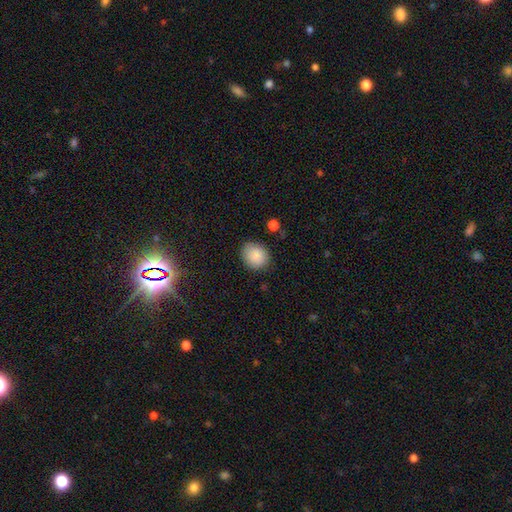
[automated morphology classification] A smooth galaxy with no disk features (88%) that is round (70%). Merging: none (84%).